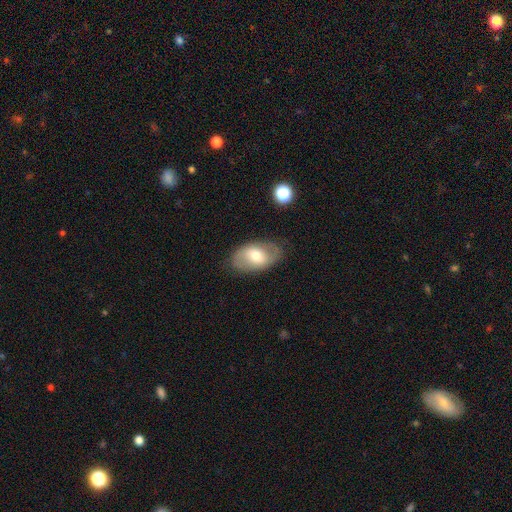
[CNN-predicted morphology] Smooth or featured: smooth — 50% (featured or disk — 42%)
How rounded: in between — 90% (round — 8%)
Merging: none — 79% (minor disturbance — 15%)